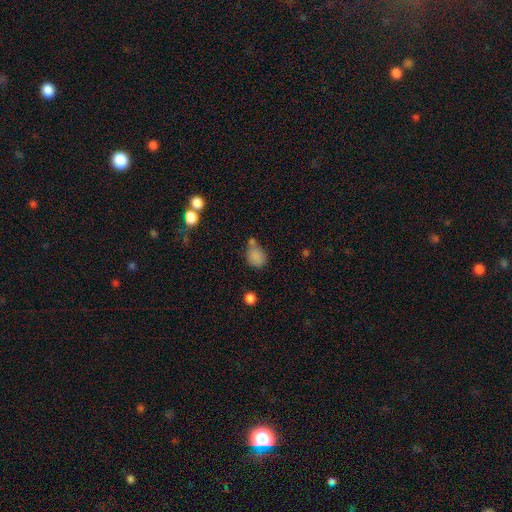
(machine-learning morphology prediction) This is clearly a smooth galaxy (81%). How rounded: possibly in between (51%). Merging: marginally none (43%).